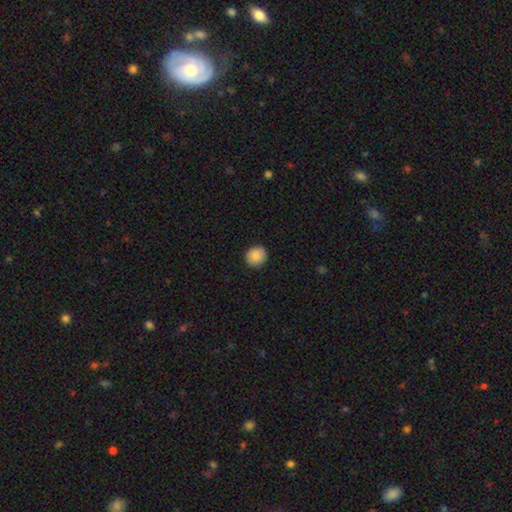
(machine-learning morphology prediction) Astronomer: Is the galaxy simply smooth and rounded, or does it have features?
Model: smooth — 88%.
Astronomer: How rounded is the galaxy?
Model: round — 90%.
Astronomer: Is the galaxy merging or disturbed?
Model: none — 91%.